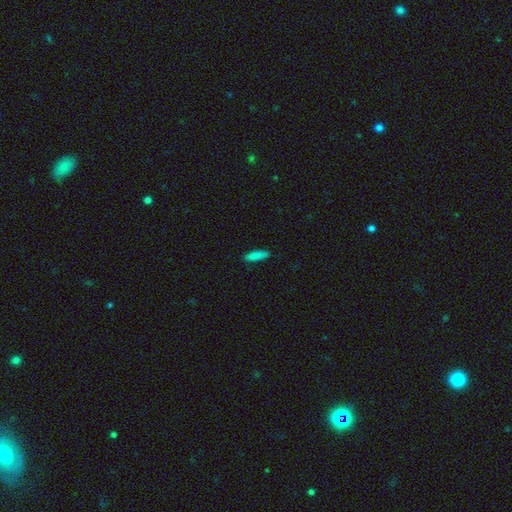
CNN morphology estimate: type=smooth (85%); roundness=cigar-shaped (67%); merging=none (86%).